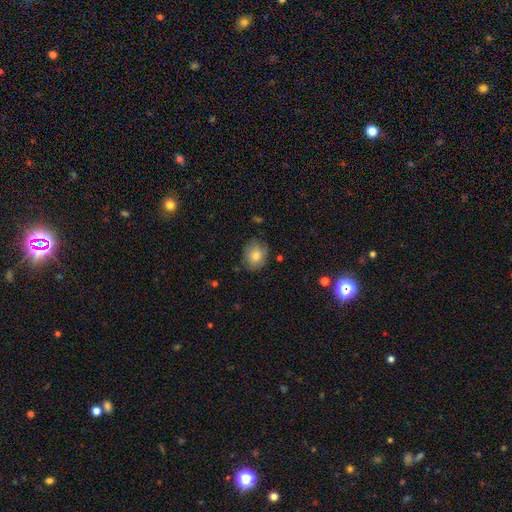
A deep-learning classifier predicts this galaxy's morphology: Q: Smooth or featured?
A: smooth (78%); runner-up: featured or disk (13%)
Q: How rounded?
A: round (66%); runner-up: in between (33%)
Q: Merging?
A: none (77%); runner-up: minor disturbance (18%)